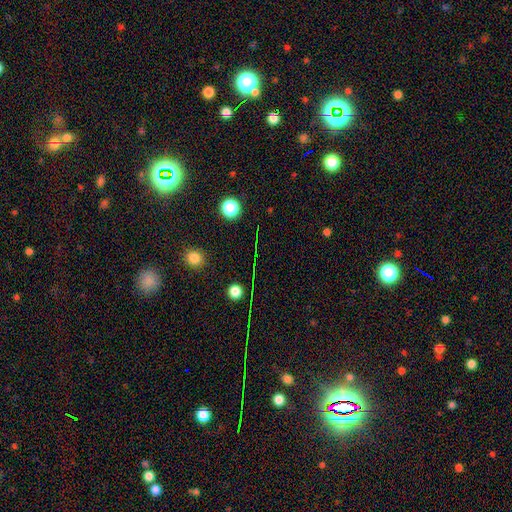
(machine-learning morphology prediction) smooth_or_featured: star or artifact (p=0.65) [alt: smooth p=0.26]